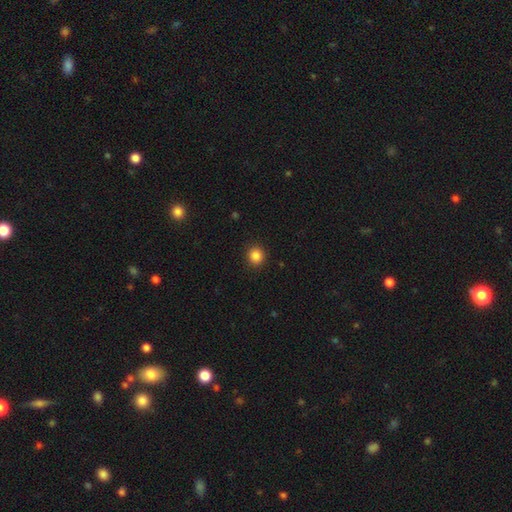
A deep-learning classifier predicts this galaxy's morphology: type=smooth (86%); roundness=round (88%); merging=none (91%).